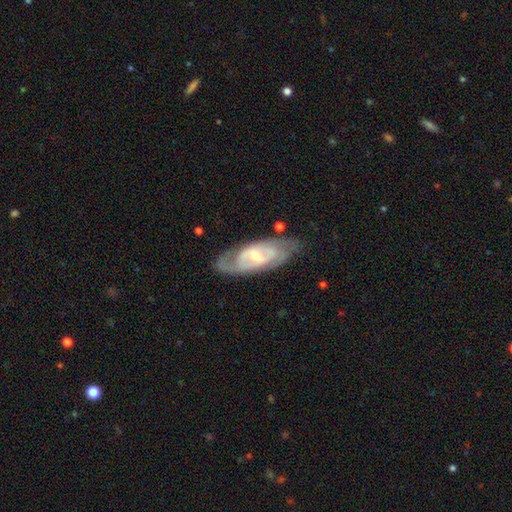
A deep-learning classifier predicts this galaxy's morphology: Overall: featured or disk (75%). Edge-on disk: no (88%). Bar: weak (52%; no 26%). Spiral arms: yes (84%). Spiral arm count: 2 (62%; can't tell 27%). Spiral winding: medium (44%; tight 41%). Bulge size: small (52%; moderate 39%). Merging: none (71%).